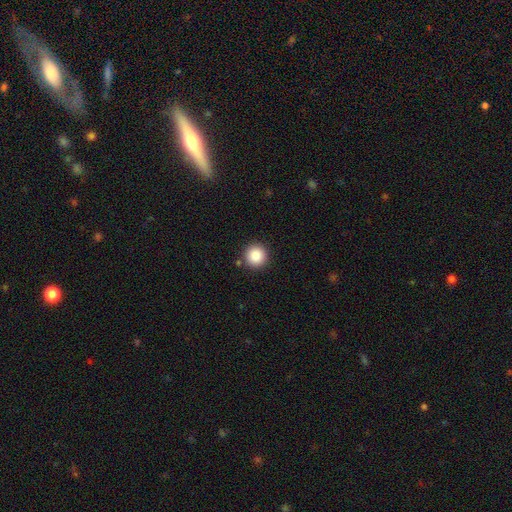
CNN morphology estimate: smooth 87%, star or artifact 9%, featured or disk 4%. Down the decision tree: how rounded — round (96%); merging — none (90%).